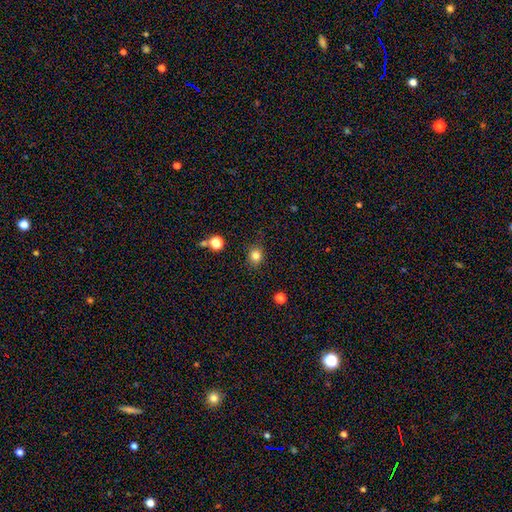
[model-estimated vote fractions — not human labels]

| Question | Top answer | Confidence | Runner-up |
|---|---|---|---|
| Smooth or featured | smooth | 82% | star or artifact (12%) |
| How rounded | round | 76% | in between (23%) |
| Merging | none | 85% | minor disturbance (10%) |